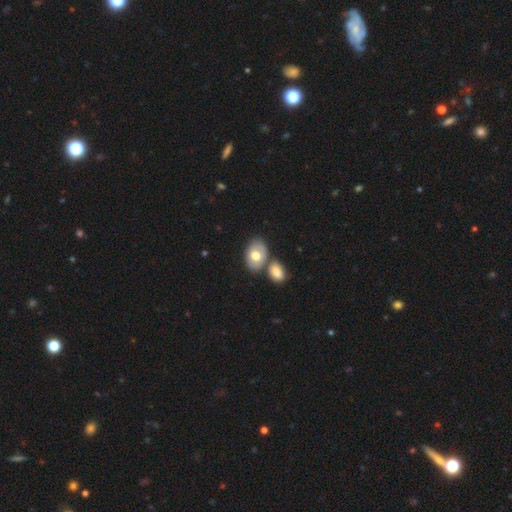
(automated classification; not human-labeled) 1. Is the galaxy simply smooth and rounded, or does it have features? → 68% smooth, 26% featured or disk, 6% star or artifact.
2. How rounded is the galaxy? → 86% in between, 13% round, 1% cigar-shaped.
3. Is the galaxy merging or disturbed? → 58% none, 26% merger, 12% minor disturbance, 4% major disturbance.